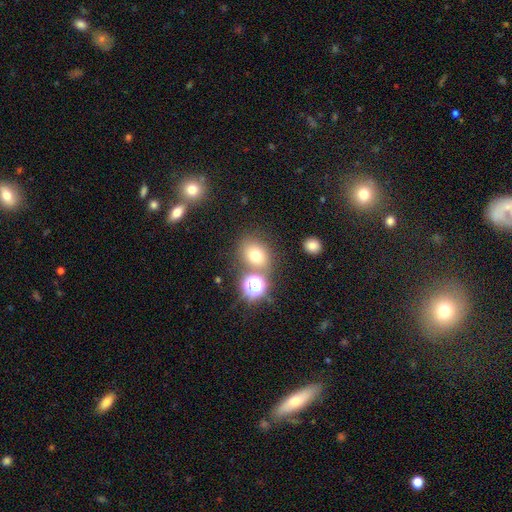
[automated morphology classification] A smooth galaxy with no disk features (71%) that is round (59%).

Vote fractions:
- Smooth or featured? smooth: 71% / star or artifact: 19% / featured or disk: 10%
- How rounded? round: 59% / in between: 39% / cigar-shaped: 1%
- Merging? none: 69% / merger: 15% / minor disturbance: 12% / major disturbance: 5%